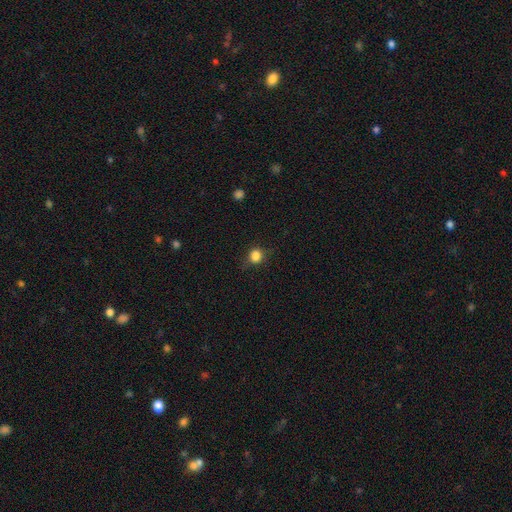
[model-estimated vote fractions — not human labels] smooth_or_featured: smooth (p=0.83) [alt: star or artifact p=0.12]
how_rounded: round (p=0.79) [alt: in between p=0.20]
merging: none (p=0.77) [alt: minor disturbance p=0.17]